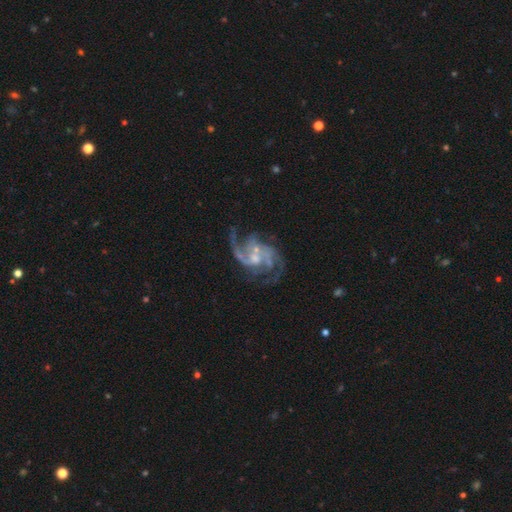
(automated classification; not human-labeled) The model was most divided on "spiral arm count": 3: 33%, 2: 28%, can't tell: 13%, 4: 11%, 1: 7%, more than 4: 7%. Remaining: edge-on disk — no (98%); spiral arms — yes (97%); smooth or featured — featured or disk (90%); bar — no (55%); merging — none (53%); bulge size — small (51%); spiral winding — medium (49%).